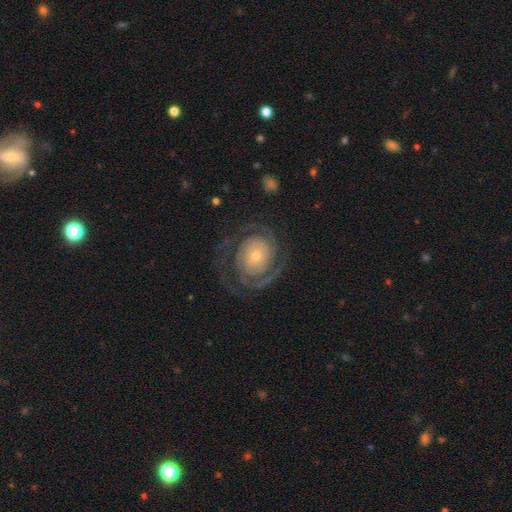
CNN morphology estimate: Smooth or featured?
  - featured or disk: 88% *
  - smooth: 7%
  - star or artifact: 5%
Edge-on disk?
  - no: 98% *
  - yes: 2%
Bar?
  - no: 74% *
  - weak: 19%
  - strong: 7%
Spiral arms?
  - yes: 97% *
  - no: 3%
Spiral winding?
  - tight: 63% *
  - medium: 28%
  - loose: 8%
Spiral arm count?
  - 2: 78% *
  - can't tell: 7%
  - 3: 6%
  - 1: 4%
  - 4: 3%
  - more than 4: 2%
Bulge size?
  - small: 64% *
  - moderate: 29%
  - large: 3%
  - dominant: 1%
  - none: 1%
Merging?
  - none: 73% *
  - minor disturbance: 13%
  - major disturbance: 12%
  - merger: 1%